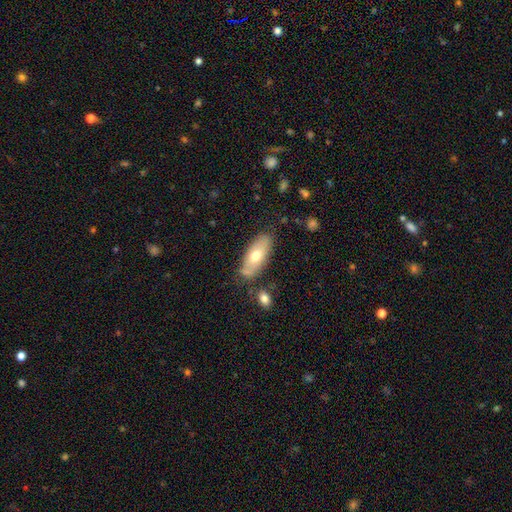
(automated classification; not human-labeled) The model was most divided on "smooth or featured": smooth: 63%, featured or disk: 31%, star or artifact: 6%. More confident: how rounded — in between (80%); merging — none (75%).